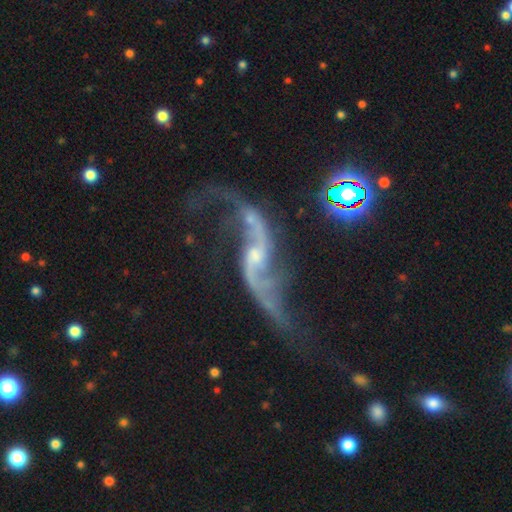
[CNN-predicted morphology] Smooth or featured?
  - featured or disk: 89% *
  - star or artifact: 8%
  - smooth: 3%
Edge-on disk?
  - no: 93% *
  - yes: 7%
Bar?
  - no: 46% *
  - weak: 37%
  - strong: 17%
Spiral arms?
  - yes: 96% *
  - no: 4%
Spiral winding?
  - loose: 90% *
  - medium: 7%
  - tight: 3%
Spiral arm count?
  - 2: 93% *
  - 1: 2%
  - can't tell: 2%
  - 3: 1%
  - 4: 1%
  - more than 4: 1%
Bulge size?
  - small: 73% *
  - moderate: 17%
  - none: 7%
  - large: 2%
  - dominant: 1%
Merging?
  - none: 57% *
  - minor disturbance: 19%
  - major disturbance: 18%
  - merger: 7%